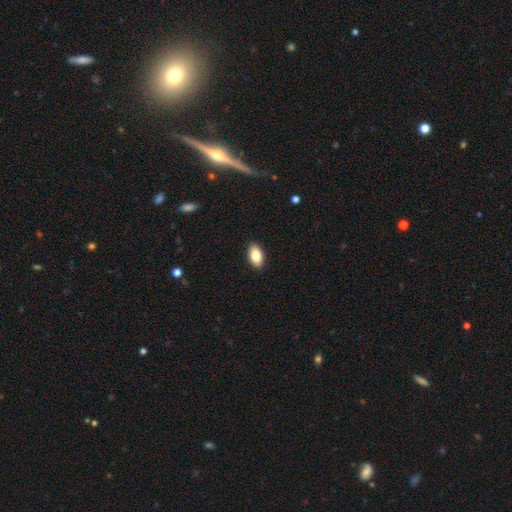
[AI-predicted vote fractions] smooth 84%, featured or disk 9%, star or artifact 7%. Down the decision tree: how rounded — in between (93%); merging — none (91%).